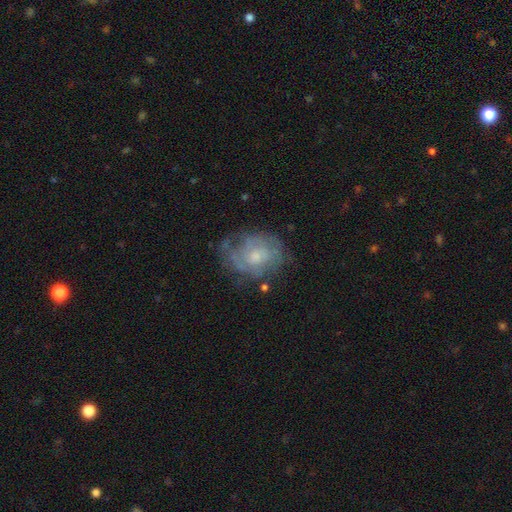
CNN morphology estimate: The model was most divided on "bulge size": moderate: 48%, small: 42%, none: 5%, large: 4%, dominant: 1%. Remaining: edge-on disk — no (97%); spiral arms — yes (79%); bar — no (73%); smooth or featured — featured or disk (71%); merging — none (59%); spiral winding — tight (53%); spiral arm count — can't tell (44%).